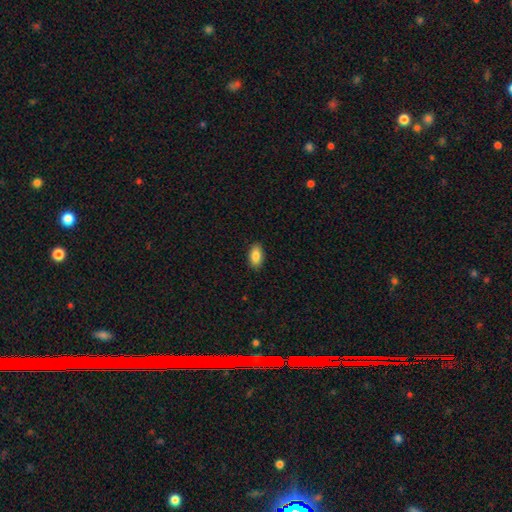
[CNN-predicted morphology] This appears to be a smooth galaxy with no disk features (86%) that is in between round and cigar-shaped (92%). Merging: none (90%).